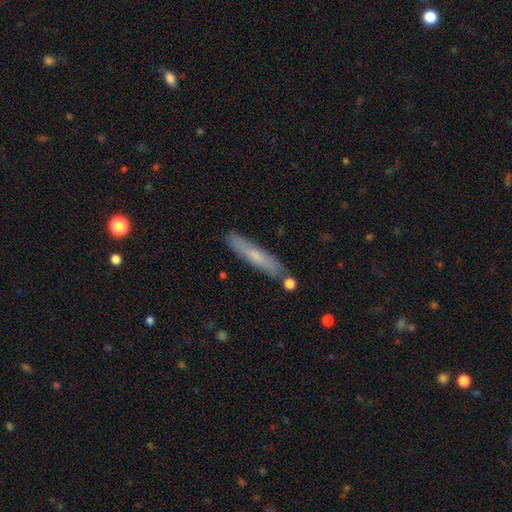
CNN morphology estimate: Smooth or featured?
  - smooth: 59% *
  - featured or disk: 34%
  - star or artifact: 7%
How rounded?
  - cigar-shaped: 90% *
  - in between: 8%
  - round: 1%
Merging?
  - none: 83% *
  - minor disturbance: 11%
  - merger: 4%
  - major disturbance: 2%